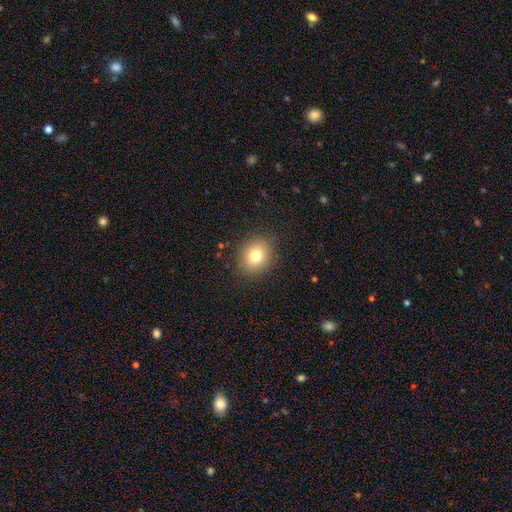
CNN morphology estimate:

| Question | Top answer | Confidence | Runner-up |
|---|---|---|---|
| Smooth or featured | smooth | 79% | star or artifact (11%) |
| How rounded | round | 66% | in between (33%) |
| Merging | none | 87% | minor disturbance (9%) |